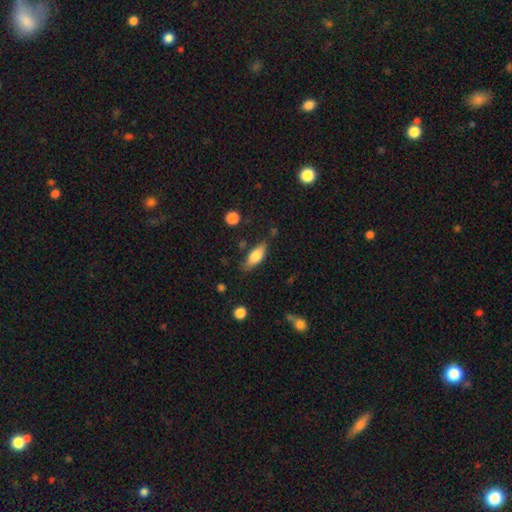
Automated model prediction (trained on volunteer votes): A smooth galaxy with no disk features (76%) that is in between round and cigar-shaped (74%).

Vote fractions:
- Smooth or featured? smooth: 76% / featured or disk: 18% / star or artifact: 7%
- How rounded? in between: 74% / cigar-shaped: 24% / round: 3%
- Merging? none: 72% / minor disturbance: 20% / major disturbance: 5% / merger: 3%